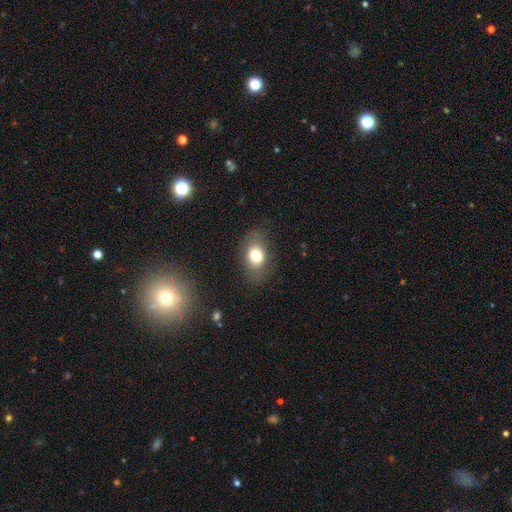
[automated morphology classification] A smooth galaxy with no disk features (75%) that is in between round and cigar-shaped (71%). Merging: none (77%).